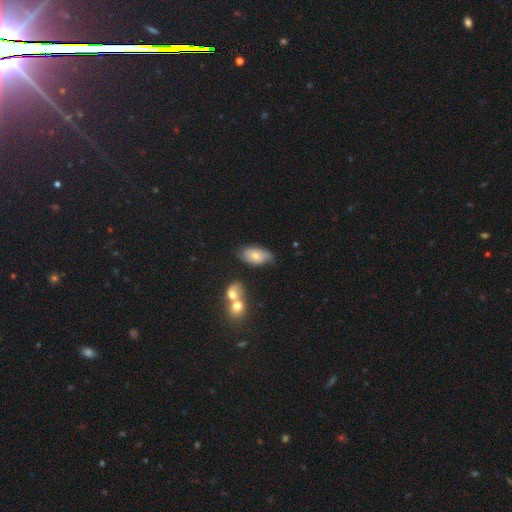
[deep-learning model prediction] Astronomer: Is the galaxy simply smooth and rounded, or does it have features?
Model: smooth — 67%.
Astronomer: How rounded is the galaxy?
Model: in between — 92%.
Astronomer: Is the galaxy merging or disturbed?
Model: none — 61%.